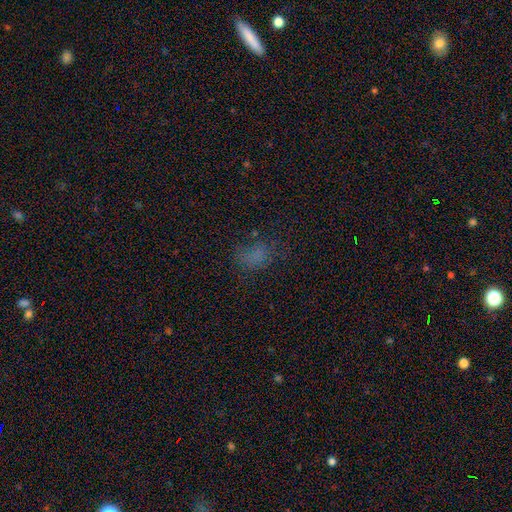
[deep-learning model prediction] Smooth or featured? smooth (64%)
How rounded? in between (75%)
Merging? none (57%)